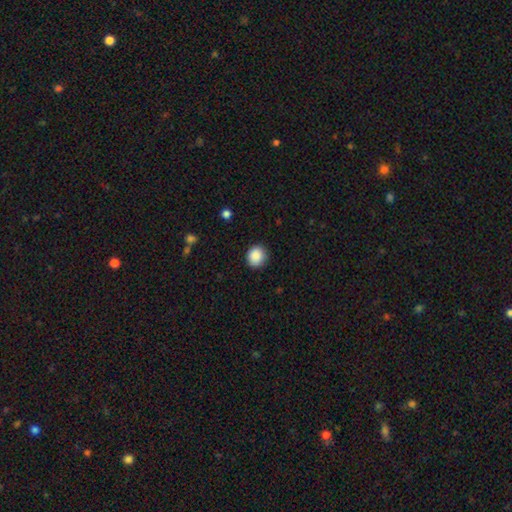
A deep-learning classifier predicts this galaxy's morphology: Smooth or featured? Predicted: smooth (p=0.89). How rounded? Predicted: round (p=0.83). Merging? Predicted: none (p=0.88).